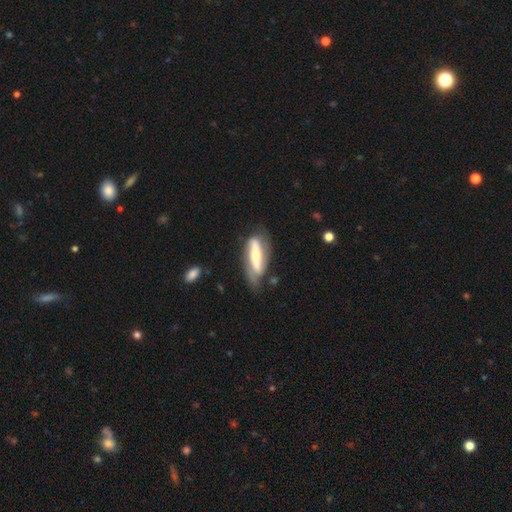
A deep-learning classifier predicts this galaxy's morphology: type=featured or disk (67%); edge-on=no (71%); merging=none (60%).